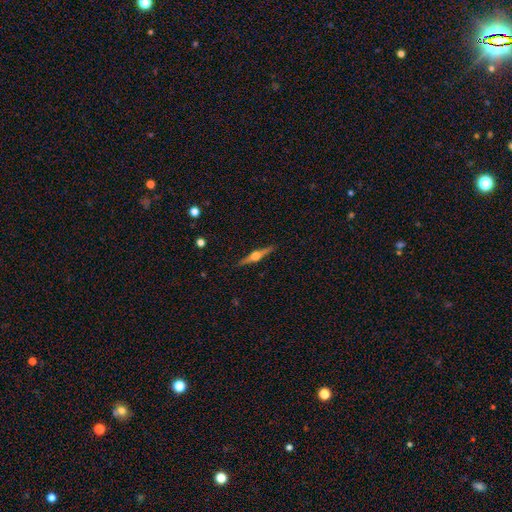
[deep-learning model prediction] featured or disk 79%, smooth 14%, star or artifact 6%. Down the decision tree: edge-on disk — yes (98%); edge-on bulge — rounded (95%); merging — none (91%).